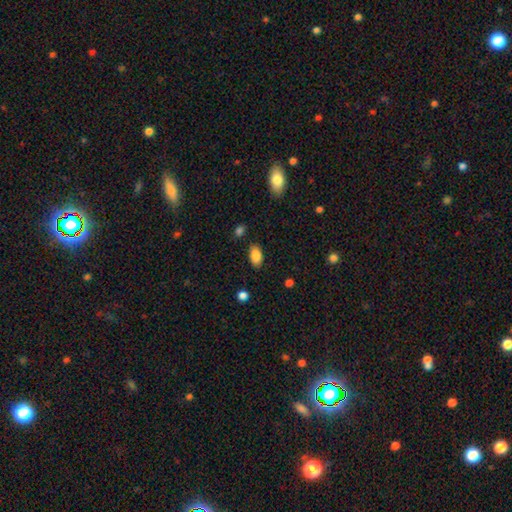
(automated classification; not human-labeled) Smooth or featured?
  - smooth: 87% *
  - star or artifact: 8%
  - featured or disk: 5%
How rounded?
  - in between: 92% *
  - round: 6%
  - cigar-shaped: 2%
Merging?
  - none: 85% *
  - minor disturbance: 10%
  - major disturbance: 3%
  - merger: 2%